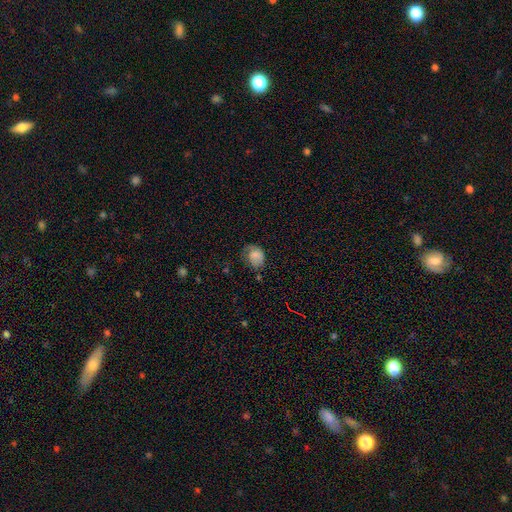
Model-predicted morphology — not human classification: Overall: smooth (72%). How rounded: in between (59%; round 40%). Merging: none (42%; minor disturbance 37%).